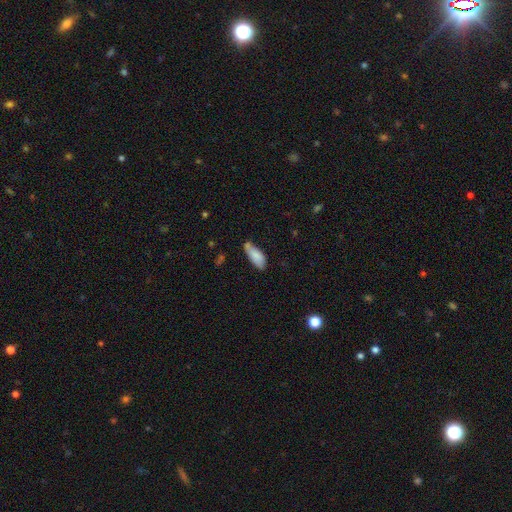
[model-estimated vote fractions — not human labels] Smooth or featured? Predicted: smooth (p=0.84). How rounded? Predicted: in between (p=0.78). Merging? Predicted: none (p=0.53).